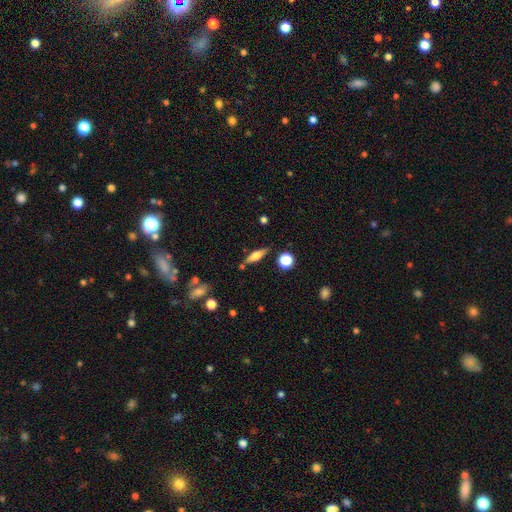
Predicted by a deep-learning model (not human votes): smooth 48%, featured or disk 44%, star or artifact 8%. Down the decision tree: merging — none (80%).